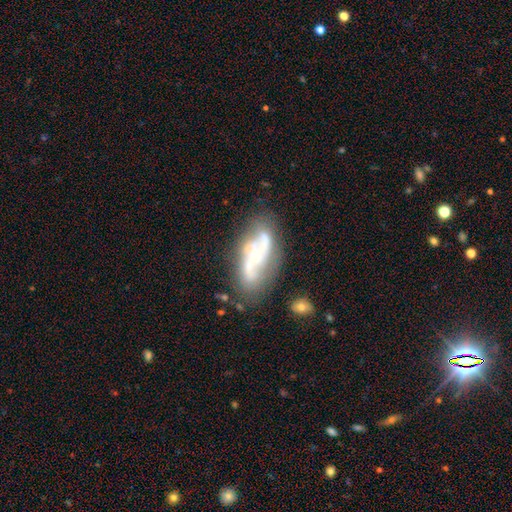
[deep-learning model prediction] Smooth or featured?
  - featured or disk: 79% *
  - smooth: 14%
  - star or artifact: 7%
Edge-on disk?
  - no: 93% *
  - yes: 7%
Bar?
  - no: 60% *
  - weak: 28%
  - strong: 12%
Spiral arms?
  - yes: 87% *
  - no: 13%
Spiral winding?
  - medium: 44% *
  - loose: 35%
  - tight: 21%
Spiral arm count?
  - 2: 72% *
  - can't tell: 14%
  - 3: 7%
  - 1: 3%
  - 4: 2%
  - more than 4: 2%
Bulge size?
  - small: 61% *
  - moderate: 34%
  - none: 2%
  - large: 2%
  - dominant: 1%
Merging?
  - none: 65% *
  - minor disturbance: 19%
  - major disturbance: 9%
  - merger: 7%